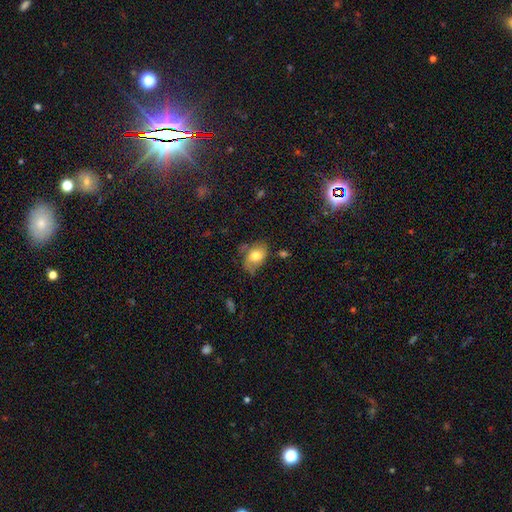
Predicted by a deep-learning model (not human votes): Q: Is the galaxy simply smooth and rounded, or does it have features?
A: smooth — 70%.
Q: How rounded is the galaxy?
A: in between — 81%.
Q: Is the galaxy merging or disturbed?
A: none — 54%.